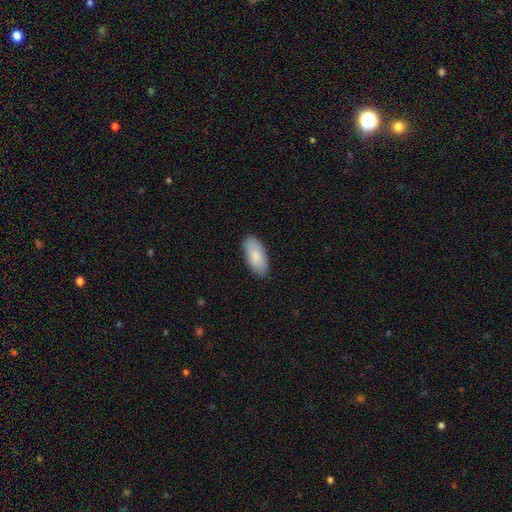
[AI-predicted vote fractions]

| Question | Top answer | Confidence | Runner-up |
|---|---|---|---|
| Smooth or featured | smooth | 85% | featured or disk (10%) |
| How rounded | in between | 92% | cigar-shaped (6%) |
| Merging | none | 87% | minor disturbance (10%) |